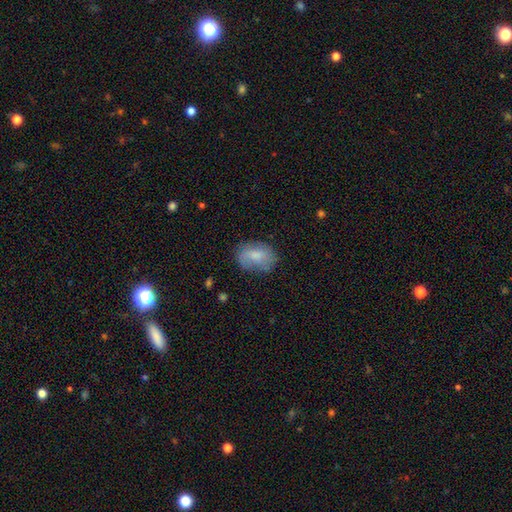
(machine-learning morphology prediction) Smooth or featured? smooth (70%)
How rounded? in between (80%)
Merging? none (66%)